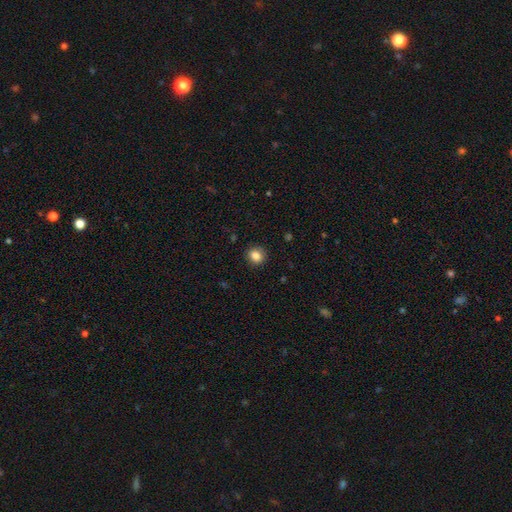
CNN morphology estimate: This appears to be a smooth galaxy with no disk features (85%) that is round (77%). Merging: none (89%).